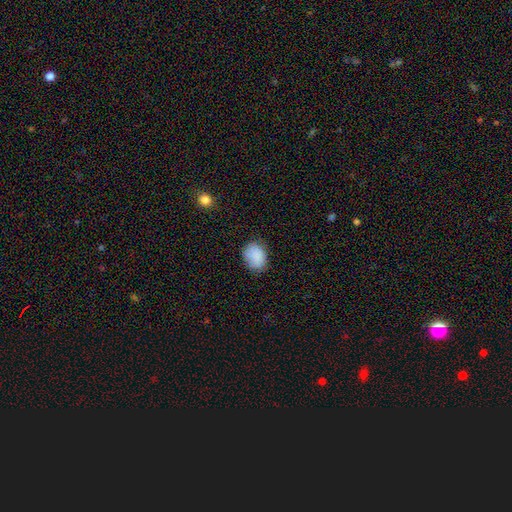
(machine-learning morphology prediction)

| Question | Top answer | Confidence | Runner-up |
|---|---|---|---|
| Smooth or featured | smooth | 87% | star or artifact (8%) |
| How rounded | in between | 64% | round (35%) |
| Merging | none | 74% | minor disturbance (20%) |